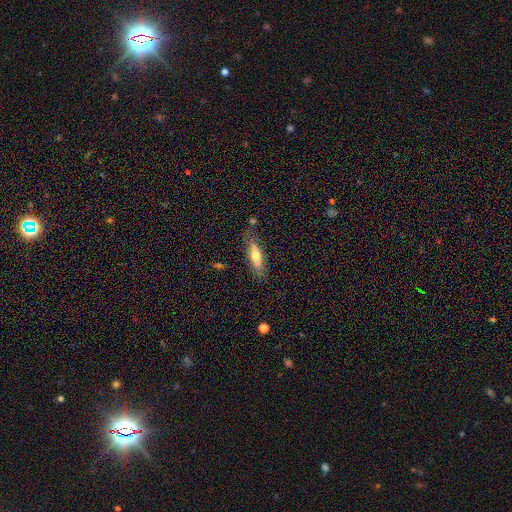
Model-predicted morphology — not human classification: smooth 59%, featured or disk 34%, star or artifact 7%. Down the decision tree: how rounded — cigar-shaped (54%); merging — none (70%).